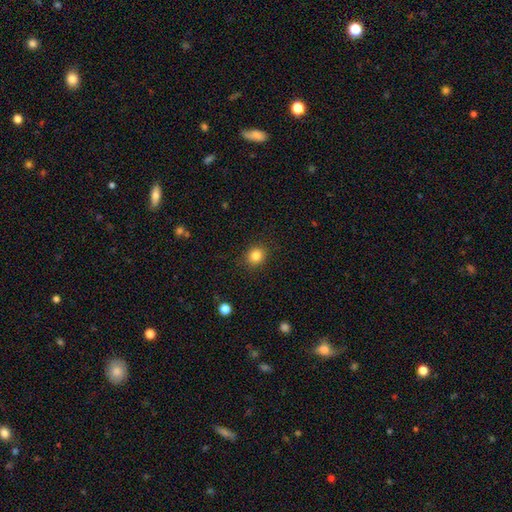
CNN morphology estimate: This is clearly a smooth galaxy (84%). How rounded: clearly round (81%). Merging: clearly none (90%).